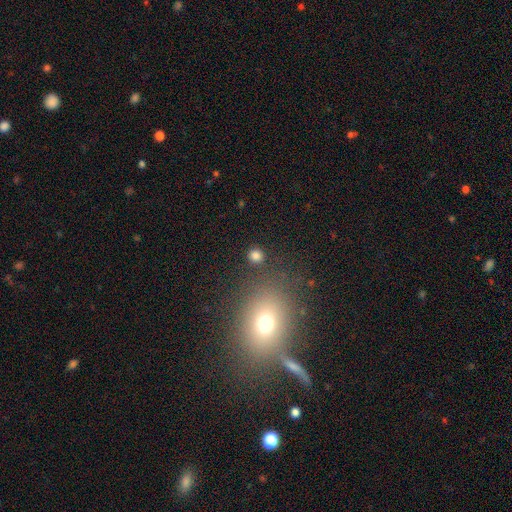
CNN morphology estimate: Smooth or featured? smooth (79%)
How rounded? round (87%)
Merging? none (85%)